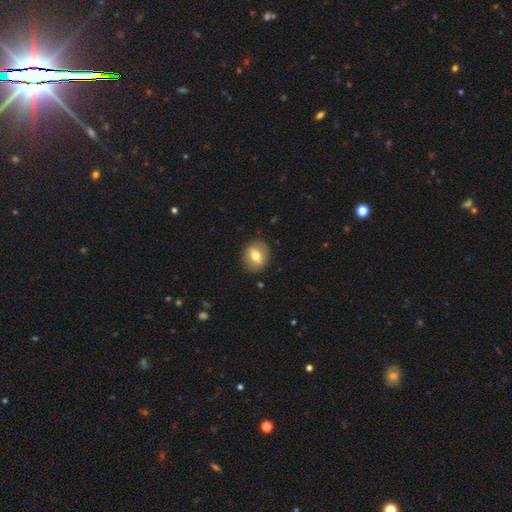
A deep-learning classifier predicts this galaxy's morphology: type=smooth (66%); roundness=round (64%); merging=none (87%).